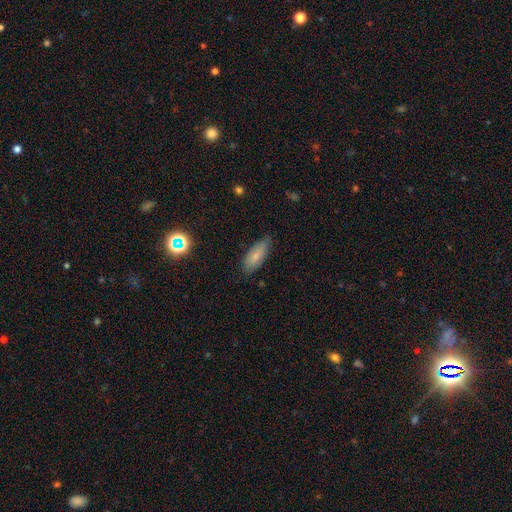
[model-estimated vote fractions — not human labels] A smooth galaxy with no disk features (75%) that is in between round and cigar-shaped (78%). Merging: none (76%).